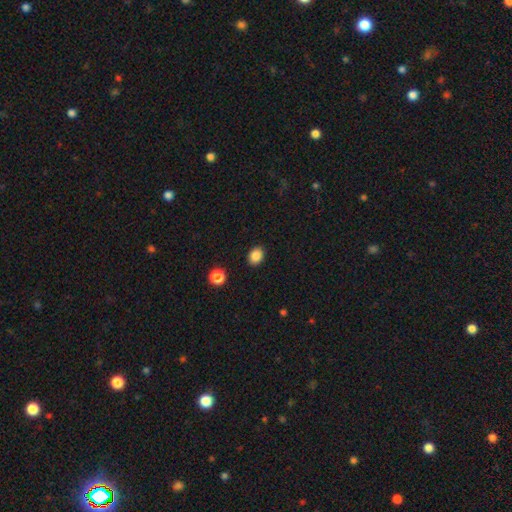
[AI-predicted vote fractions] Q: Smooth or featured?
A: smooth (86%); runner-up: star or artifact (10%)
Q: How rounded?
A: in between (59%); runner-up: round (40%)
Q: Merging?
A: none (89%); runner-up: minor disturbance (7%)